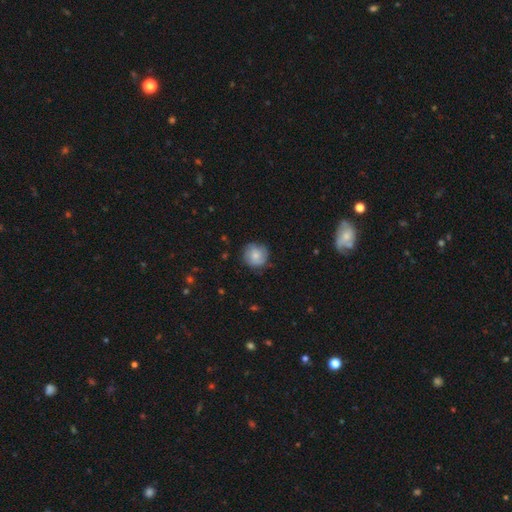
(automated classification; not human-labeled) Smooth or featured? smooth (71%)
How rounded? round (92%)
Merging? none (76%)